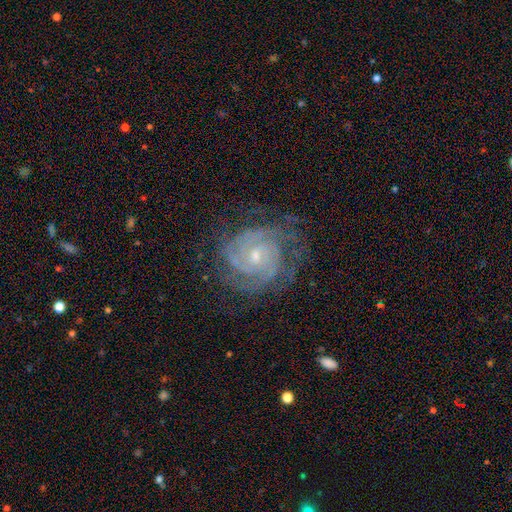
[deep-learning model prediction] Smooth or featured? Predicted: featured or disk (p=0.88). Edge-on disk? Predicted: no (p=0.98). Bar? Predicted: no (p=0.64). Spiral arms? Predicted: yes (p=0.97). Spiral winding? Predicted: tight (p=0.73). Spiral arm count? Predicted: 2 (p=0.27). Bulge size? Predicted: small (p=0.62). Merging? Predicted: none (p=0.72).